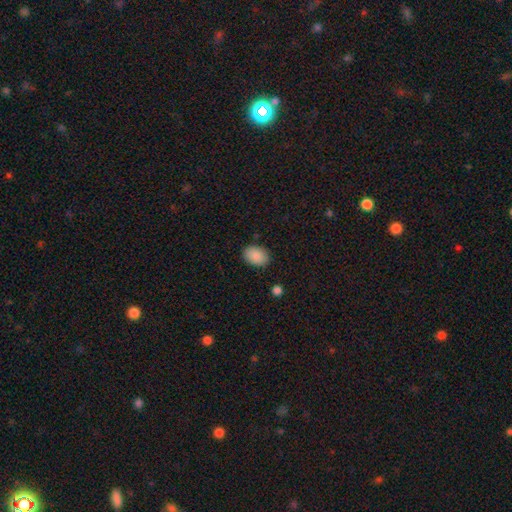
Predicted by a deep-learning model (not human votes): Morphology: type=smooth (89%); roundness=in between (81%); merging=none (86%).